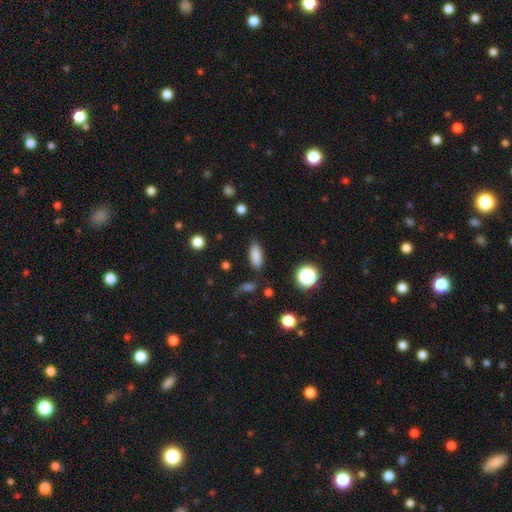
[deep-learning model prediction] Smooth or featured? Predicted: smooth (p=0.84). How rounded? Predicted: in between (p=0.81). Merging? Predicted: none (p=0.83).